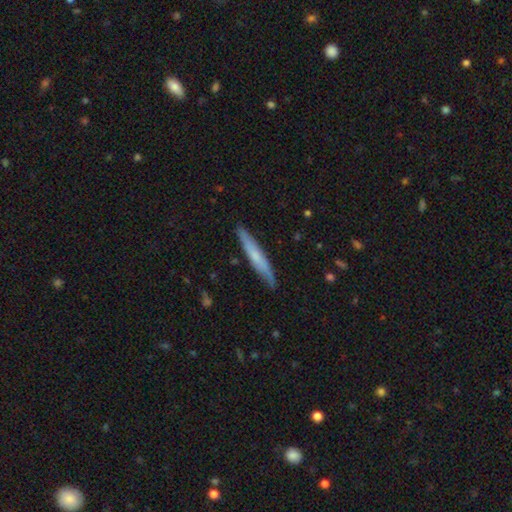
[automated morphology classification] A smooth galaxy with no disk features (55%) that is cigar-shaped (95%). Merging: none (86%).